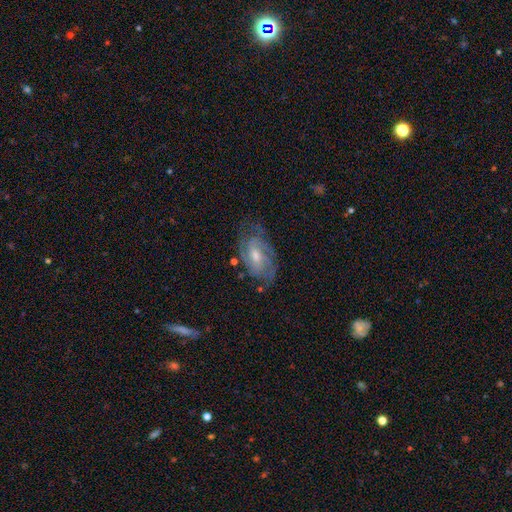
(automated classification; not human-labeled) Smooth or featured? featured or disk (79%)
Edge-on disk? no (95%)
Bar? no (50%)
Spiral arms? yes (92%)
Spiral winding? tight (51%)
Spiral arm count? 2 (41%)
Bulge size? moderate (55%)
Merging? none (69%)